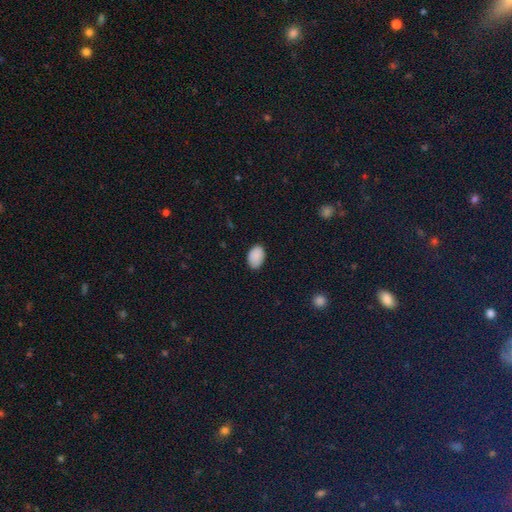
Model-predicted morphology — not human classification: The model was most divided on "merging": none: 84%, minor disturbance: 13%, major disturbance: 2%, merger: 1%. More confident: how rounded — in between (89%); smooth or featured — smooth (89%).